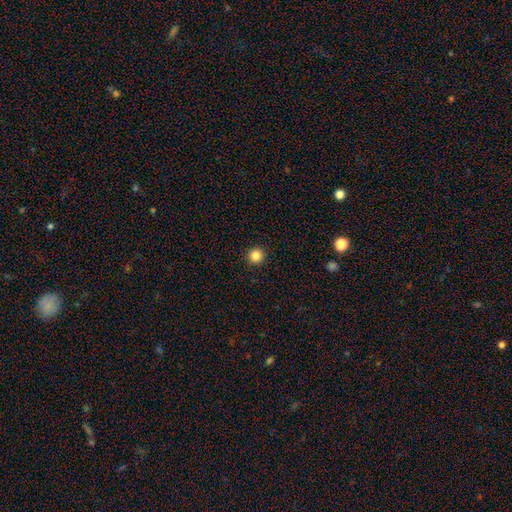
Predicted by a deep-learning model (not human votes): A smooth galaxy with no disk features (85%) that is round (95%).

Vote fractions:
- Smooth or featured? smooth: 85% / star or artifact: 11% / featured or disk: 4%
- How rounded? round: 95% / in between: 4% / cigar-shaped: 1%
- Merging? none: 93% / minor disturbance: 4% / major disturbance: 2% / merger: 1%